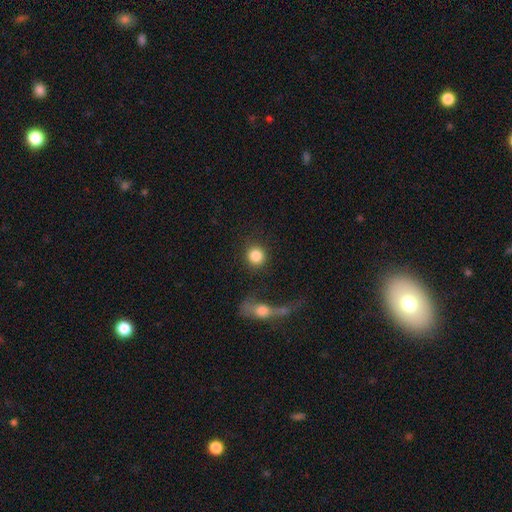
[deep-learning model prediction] Smooth or featured? smooth (85%)
How rounded? round (91%)
Merging? none (81%)